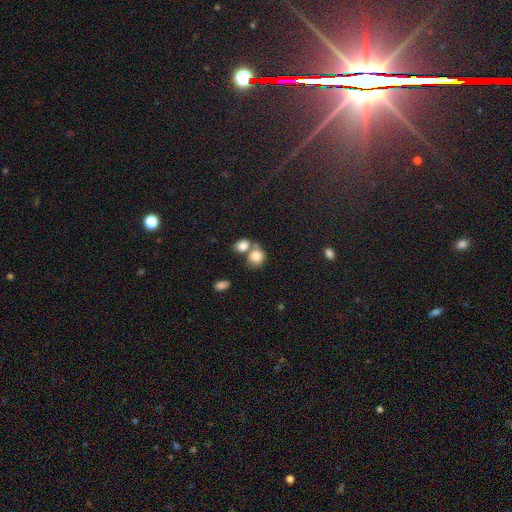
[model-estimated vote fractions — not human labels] Overall: smooth (82%). How rounded: round (72%). Merging: merger (46%; none 40%).